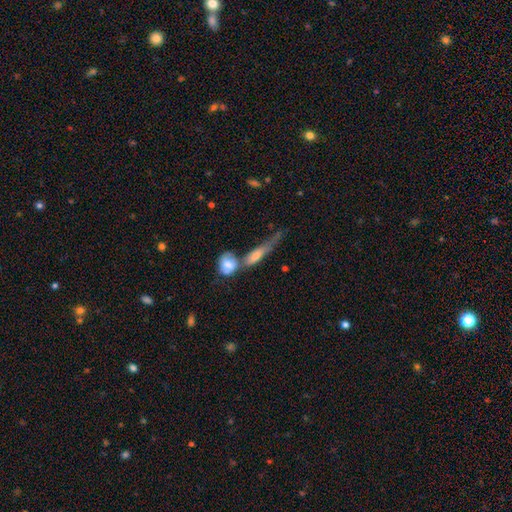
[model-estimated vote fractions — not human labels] Morphology: type=smooth (63%); roundness=cigar-shaped (46%); merging=merger (43%).